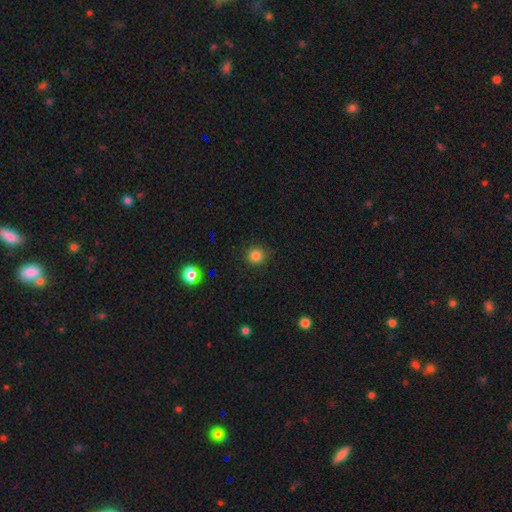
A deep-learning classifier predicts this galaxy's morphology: Smooth or featured? smooth (80%)
How rounded? round (93%)
Merging? none (89%)